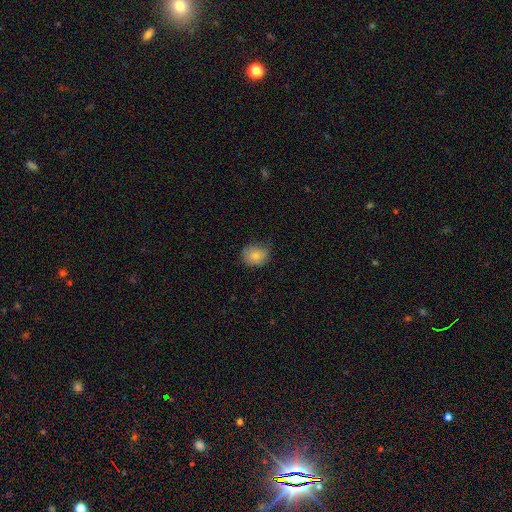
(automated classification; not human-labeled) Smooth or featured?
  - smooth: 79% *
  - featured or disk: 11%
  - star or artifact: 10%
How rounded?
  - round: 60% *
  - in between: 39%
  - cigar-shaped: 1%
Merging?
  - none: 63% *
  - minor disturbance: 29%
  - major disturbance: 7%
  - merger: 1%